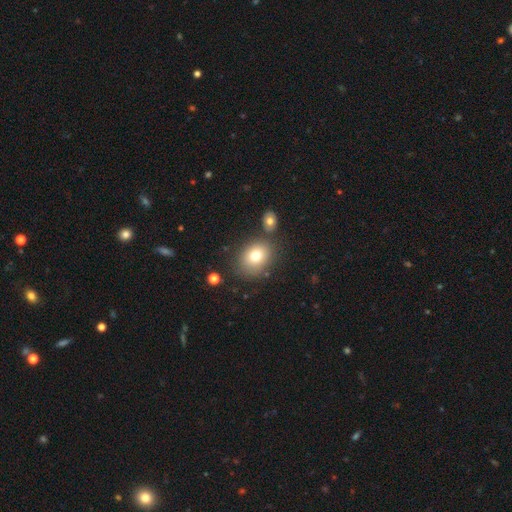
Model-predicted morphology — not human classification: Smooth or featured: smooth — 75% (featured or disk — 14%)
How rounded: in between — 50% (round — 49%)
Merging: none — 73% (minor disturbance — 13%)